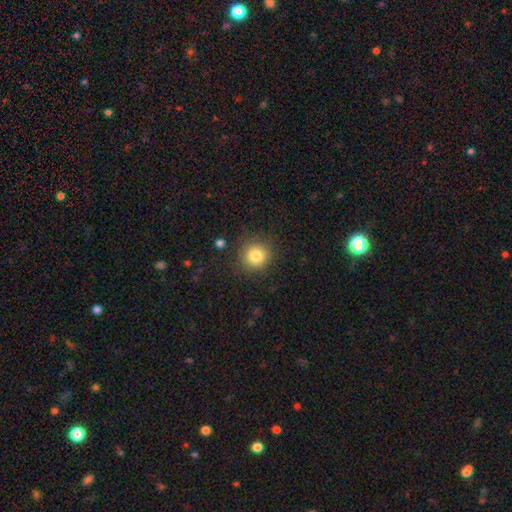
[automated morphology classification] The model was most divided on "smooth or featured": smooth: 83%, star or artifact: 11%, featured or disk: 6%. More confident: how rounded — round (92%); merging — none (86%).